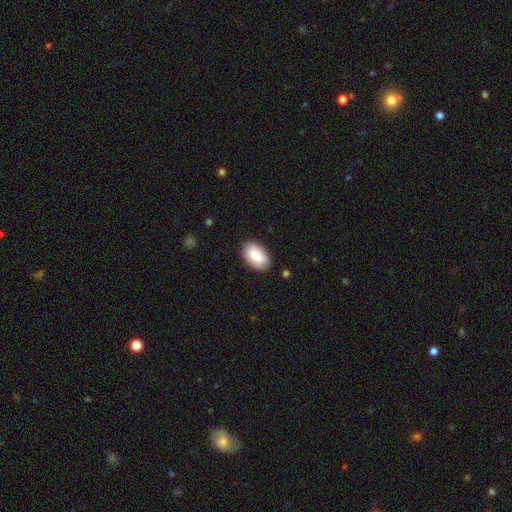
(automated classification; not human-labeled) Smooth or featured? smooth (84%)
How rounded? in between (94%)
Merging? none (87%)